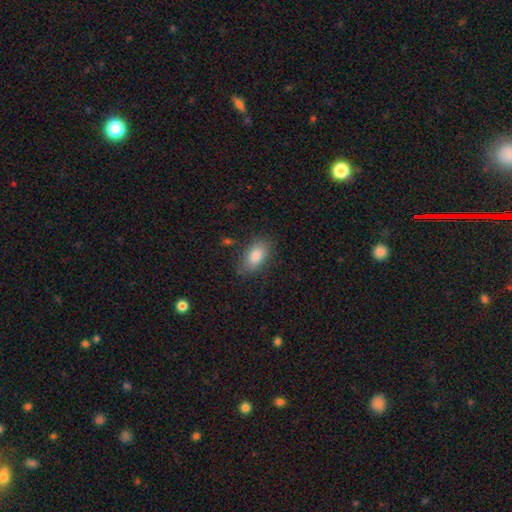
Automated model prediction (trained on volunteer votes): Overall: smooth (84%). How rounded: in between (91%). Merging: none (80%).